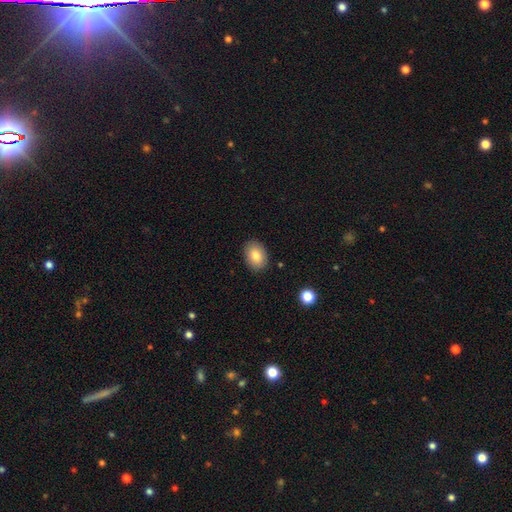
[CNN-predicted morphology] Smooth or featured? smooth (83%)
How rounded? in between (80%)
Merging? none (87%)